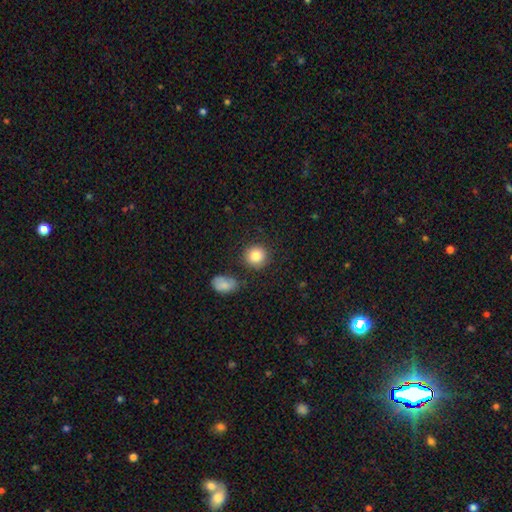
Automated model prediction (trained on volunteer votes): Smooth or featured: smooth — 86% (star or artifact — 8%)
How rounded: round — 90% (in between — 9%)
Merging: none — 82% (minor disturbance — 10%)